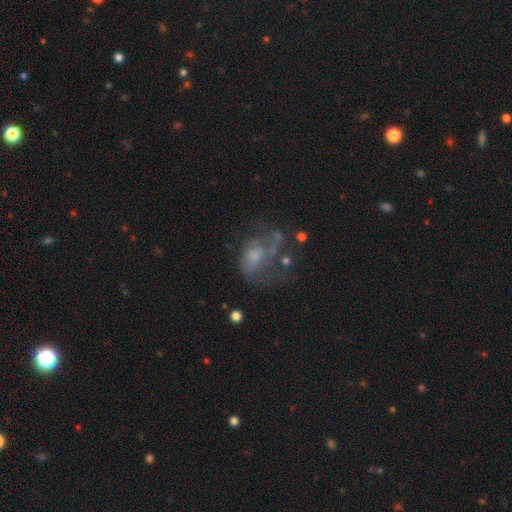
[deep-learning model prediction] The model was most divided on "spiral arms": yes: 51%, no: 49%. Remaining: edge-on disk — no (97%); bar — no (76%); smooth or featured — featured or disk (57%); merging — major disturbance (45%); bulge size — moderate (33%).